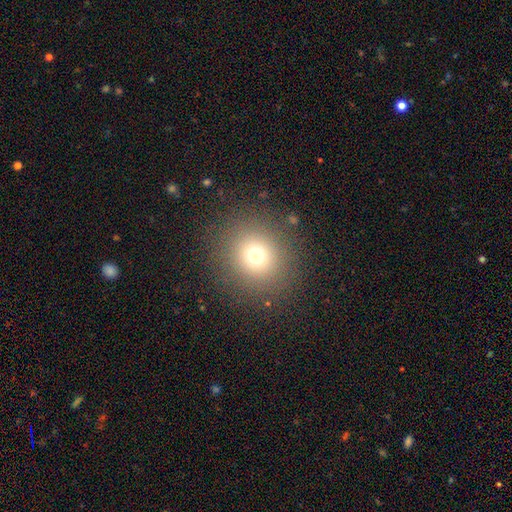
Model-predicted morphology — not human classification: Smooth or featured?
  - smooth: 71% *
  - star or artifact: 19%
  - featured or disk: 10%
How rounded?
  - round: 88% *
  - in between: 11%
  - cigar-shaped: 1%
Merging?
  - none: 87% *
  - minor disturbance: 7%
  - major disturbance: 5%
  - merger: 1%